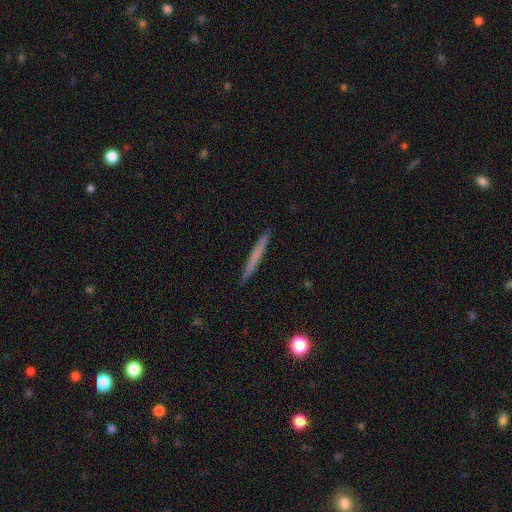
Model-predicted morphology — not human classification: Overall: smooth (56%; featured or disk 38%). How rounded: cigar-shaped (97%). Merging: none (92%).